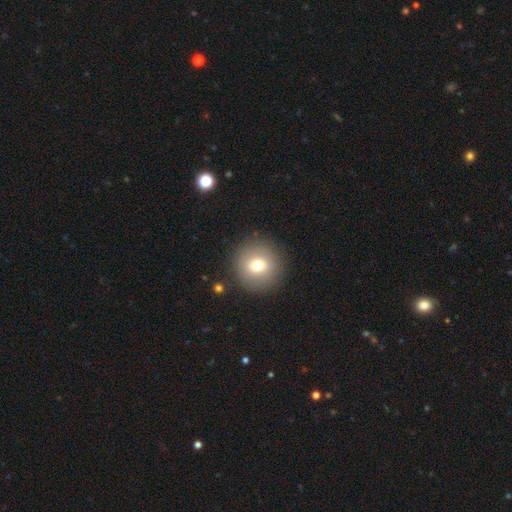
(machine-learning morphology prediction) A smooth galaxy with no disk features (54%) that is round (93%).

Vote fractions:
- Smooth or featured? smooth: 54% / star or artifact: 27% / featured or disk: 19%
- How rounded? round: 93% / in between: 6% / cigar-shaped: 1%
- Merging? none: 90% / minor disturbance: 6% / major disturbance: 2% / merger: 2%